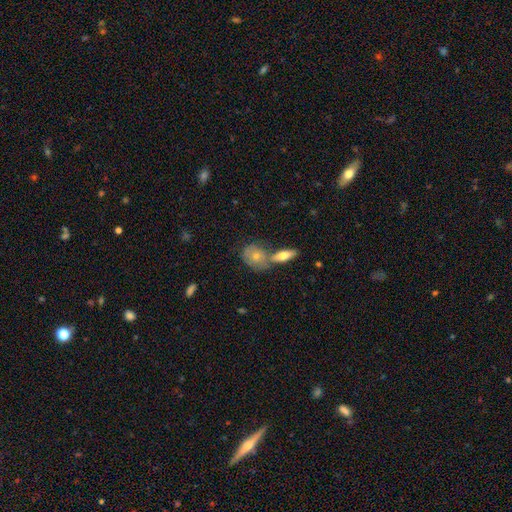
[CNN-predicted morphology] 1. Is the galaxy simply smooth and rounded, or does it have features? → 66% smooth, 27% featured or disk, 7% star or artifact.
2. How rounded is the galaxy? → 54% in between, 41% round, 4% cigar-shaped.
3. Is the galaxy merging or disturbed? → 45% none, 37% merger, 13% minor disturbance, 4% major disturbance.